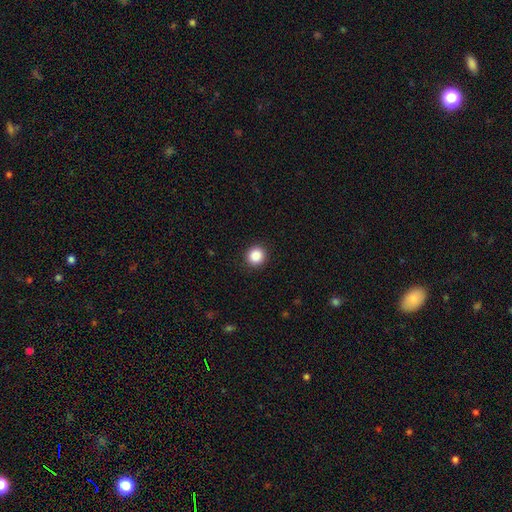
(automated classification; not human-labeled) A smooth galaxy with no disk features (88%) that is round (93%). Merging: none (92%).